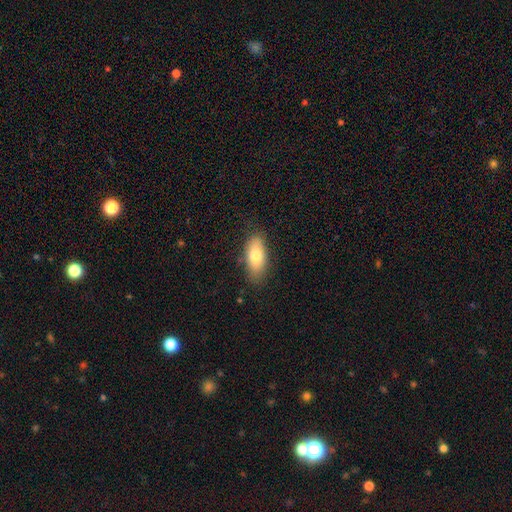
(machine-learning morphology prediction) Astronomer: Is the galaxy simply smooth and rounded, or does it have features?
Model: smooth — 75%.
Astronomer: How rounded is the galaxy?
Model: in between — 82%.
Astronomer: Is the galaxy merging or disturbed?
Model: none — 81%.